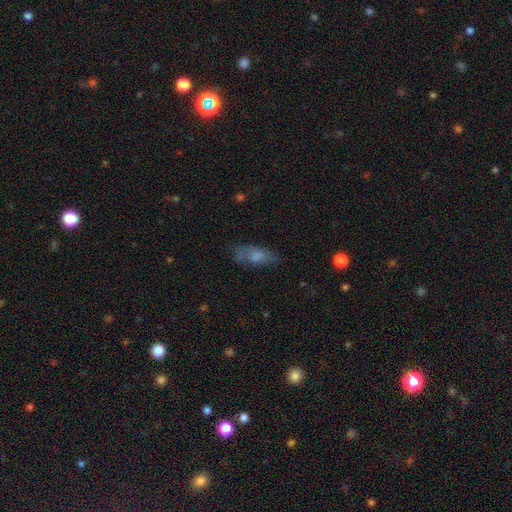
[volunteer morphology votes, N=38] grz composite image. It shows a smooth galaxy with no disk features (66%) that is in between round and cigar-shaped (84%). Merging: none (53%).